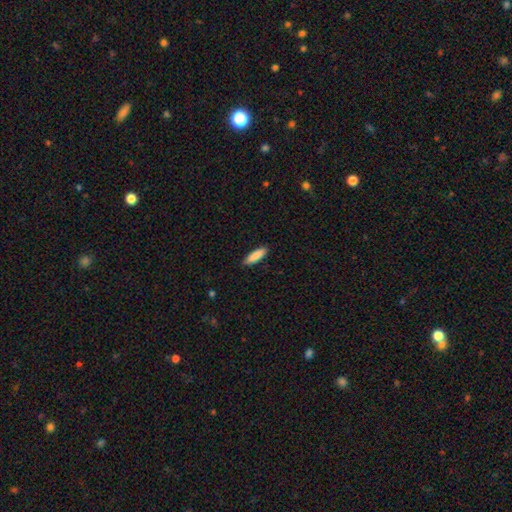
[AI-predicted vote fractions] Smooth or featured? smooth (86%)
How rounded? cigar-shaped (62%)
Merging? none (88%)